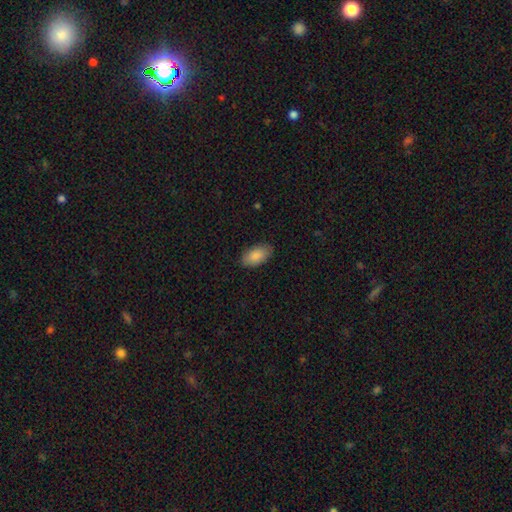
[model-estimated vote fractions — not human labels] Smooth or featured? smooth (88%)
How rounded? in between (94%)
Merging? none (86%)